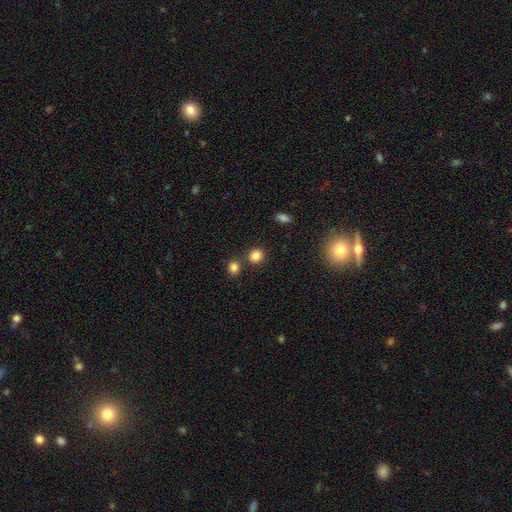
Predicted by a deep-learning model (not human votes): This is clearly a smooth galaxy (84%). How rounded: likely round (80%). Merging: likely none (76%).